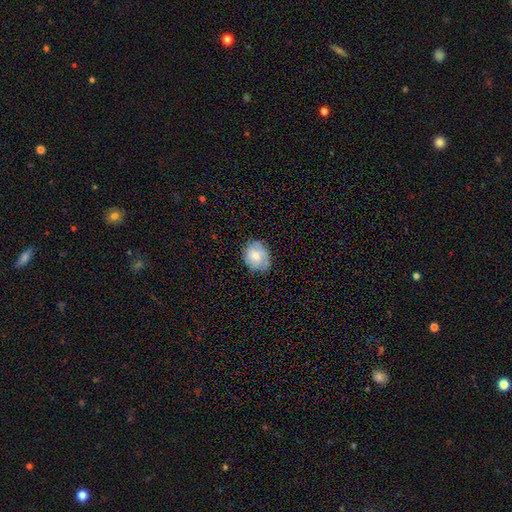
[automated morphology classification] Overall: smooth (60%; featured or disk 32%). How rounded: round (51%; in between 48%). Merging: none (68%).